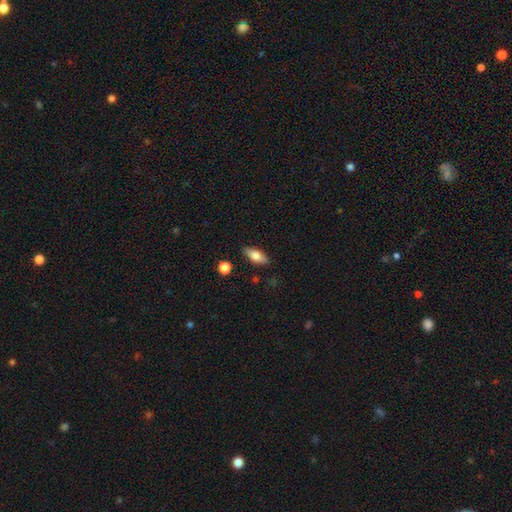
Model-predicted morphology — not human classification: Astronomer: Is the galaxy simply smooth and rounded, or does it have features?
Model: smooth — 76%.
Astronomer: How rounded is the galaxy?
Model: in between — 81%.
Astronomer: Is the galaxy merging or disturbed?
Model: none — 84%.